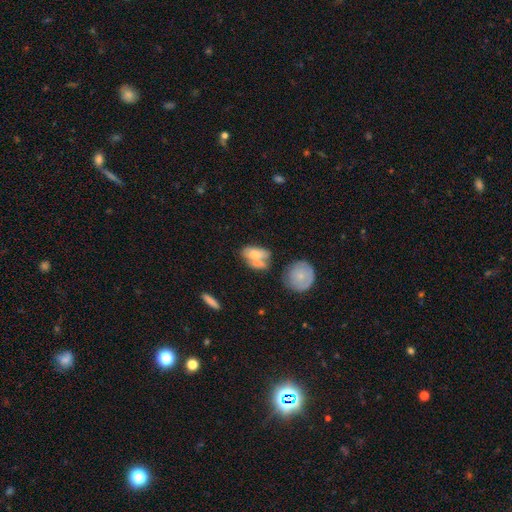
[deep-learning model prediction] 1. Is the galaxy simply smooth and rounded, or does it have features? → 63% smooth, 28% featured or disk, 8% star or artifact.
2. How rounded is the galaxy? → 82% in between, 14% round, 4% cigar-shaped.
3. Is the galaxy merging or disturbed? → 40% merger, 30% none, 18% minor disturbance, 12% major disturbance.